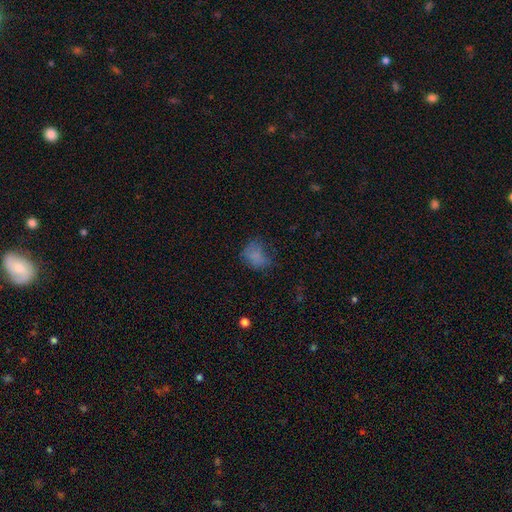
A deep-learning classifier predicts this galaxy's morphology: Q: Smooth or featured?
A: smooth (72%); runner-up: star or artifact (15%)
Q: How rounded?
A: in between (57%); runner-up: round (42%)
Q: Merging?
A: none (48%); runner-up: minor disturbance (28%)